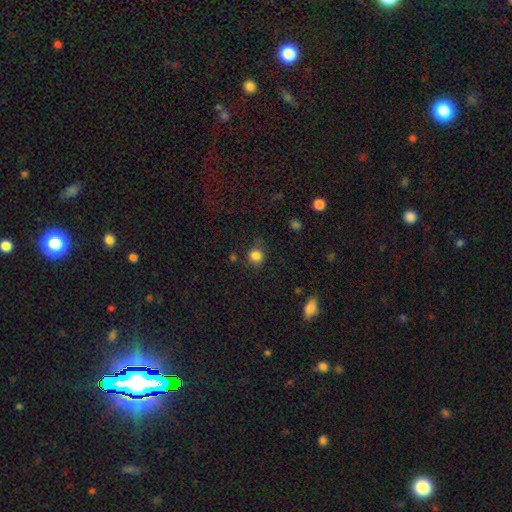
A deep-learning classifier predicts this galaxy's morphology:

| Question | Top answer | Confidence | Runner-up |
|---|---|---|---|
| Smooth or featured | smooth | 83% | star or artifact (13%) |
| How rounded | round | 86% | in between (13%) |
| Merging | none | 72% | minor disturbance (19%) |